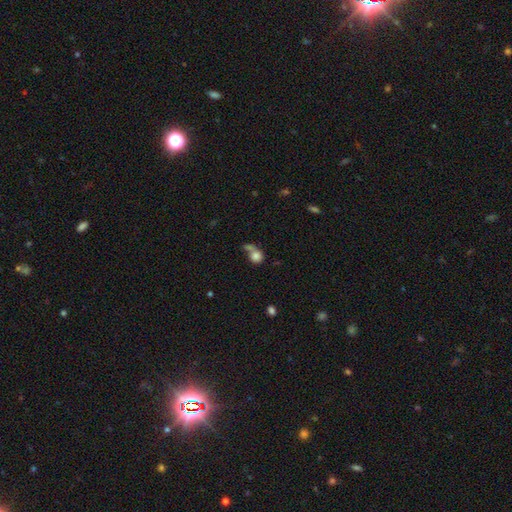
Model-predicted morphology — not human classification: smooth-or-featured: smooth: 78% | featured or disk: 13% | star or artifact: 10%
  how-rounded: round: 74% | in between: 24% | cigar-shaped: 2%
  merging: merger: 38% | none: 33% | major disturbance: 16% | minor disturbance: 14%